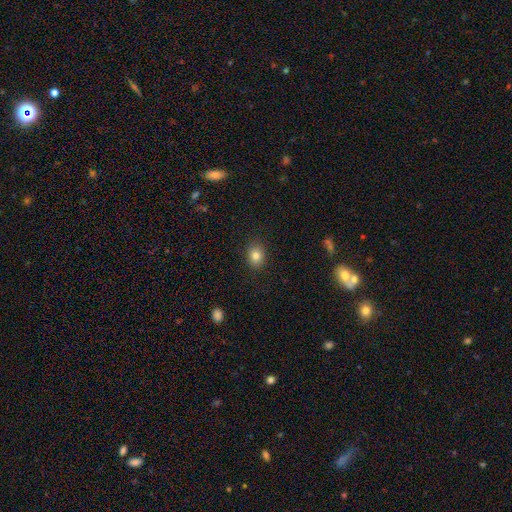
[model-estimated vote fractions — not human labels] smooth-or-featured: smooth: 82% | star or artifact: 10% | featured or disk: 7%
  how-rounded: in between: 52% | round: 47% | cigar-shaped: 1%
  merging: none: 88% | minor disturbance: 9% | major disturbance: 2% | merger: 1%